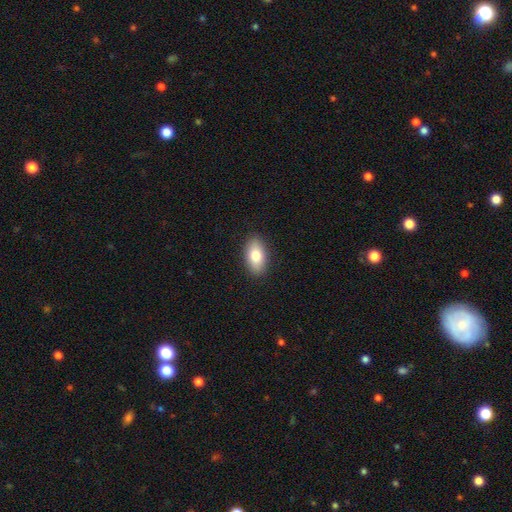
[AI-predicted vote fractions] Smooth or featured? smooth (80%)
How rounded? in between (92%)
Merging? none (89%)